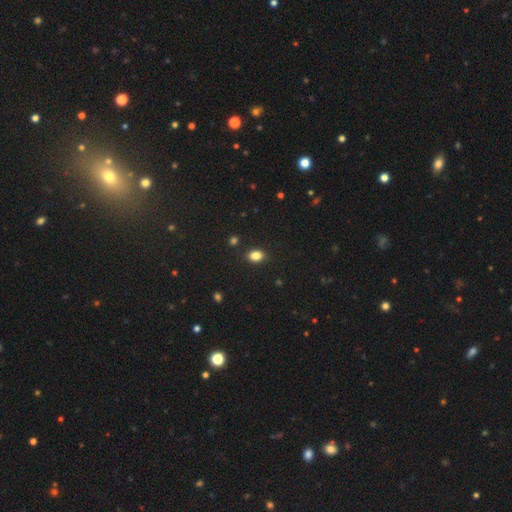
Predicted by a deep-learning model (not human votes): A smooth galaxy with no disk features (84%) that is in between round and cigar-shaped (73%). Merging: none (87%).